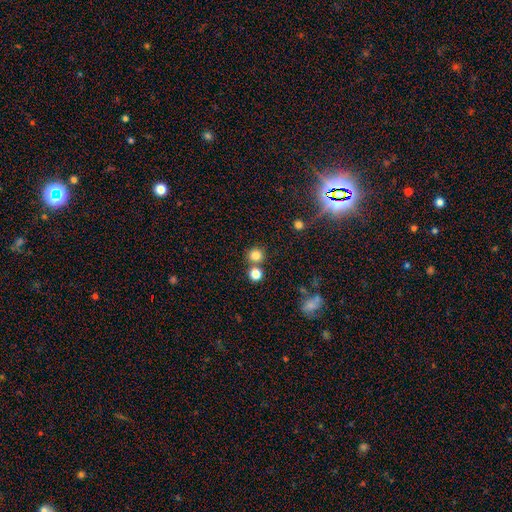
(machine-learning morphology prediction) Smooth or featured: smooth — 80% (star or artifact — 14%)
How rounded: round — 91% (in between — 8%)
Merging: none — 70% (merger — 20%)